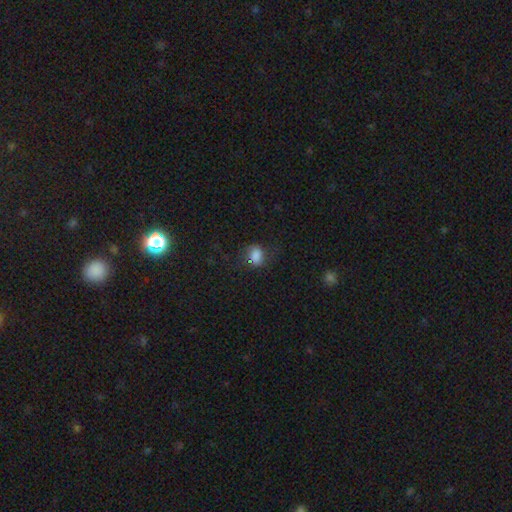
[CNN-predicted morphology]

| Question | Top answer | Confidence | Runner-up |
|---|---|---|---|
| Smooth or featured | smooth | 78% | star or artifact (12%) |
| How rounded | in between | 56% | round (42%) |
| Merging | none | 62% | minor disturbance (22%) |